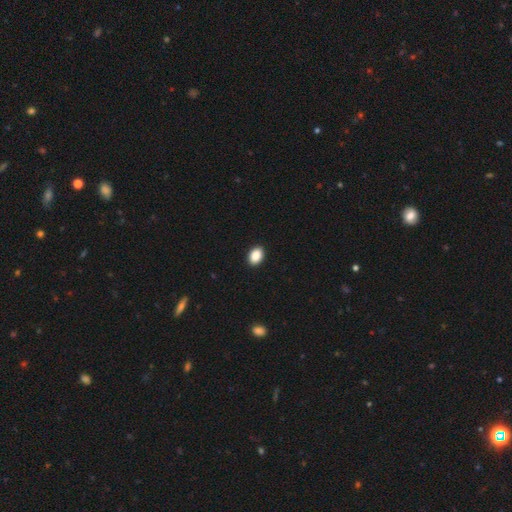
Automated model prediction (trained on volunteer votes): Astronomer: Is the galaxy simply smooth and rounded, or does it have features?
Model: smooth — 89%.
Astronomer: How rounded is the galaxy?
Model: in between — 79%.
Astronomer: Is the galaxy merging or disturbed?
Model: none — 92%.